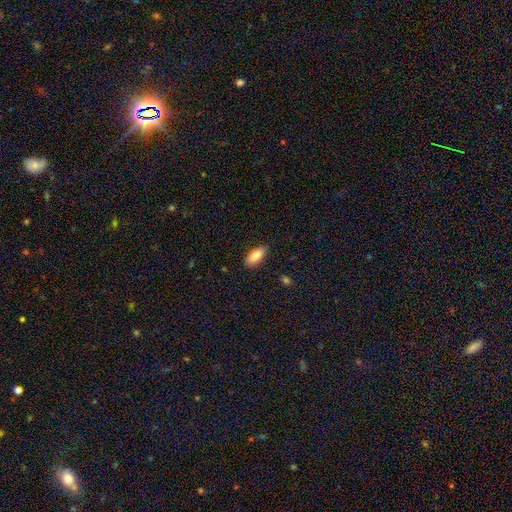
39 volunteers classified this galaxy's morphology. smooth 82%, star or artifact 10%, featured or disk 8%. Down the decision tree: how rounded — in between (81%); merging — none (80%).